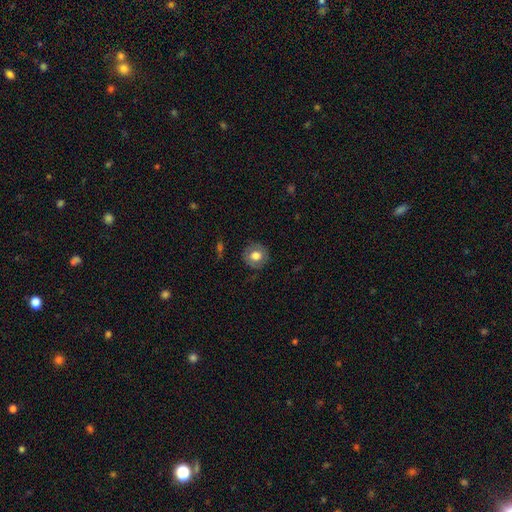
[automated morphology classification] smooth-or-featured: smooth: 68% | featured or disk: 24% | star or artifact: 8%
  how-rounded: round: 87% | in between: 12% | cigar-shaped: 1%
  merging: none: 82% | minor disturbance: 13% | major disturbance: 4% | merger: 1%